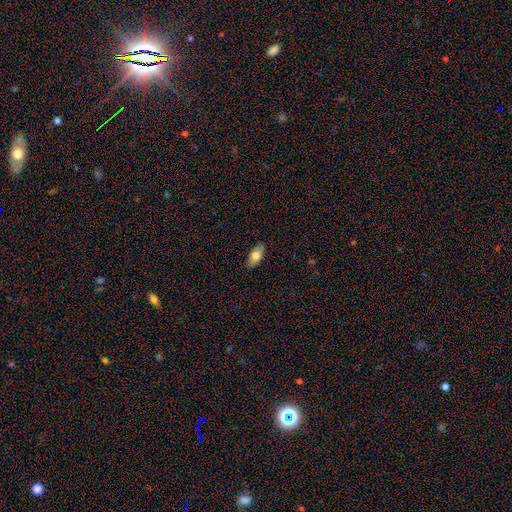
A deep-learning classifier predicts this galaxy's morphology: A smooth galaxy with no disk features (78%) that is in between round and cigar-shaped (88%).

Vote fractions:
- Smooth or featured? smooth: 78% / featured or disk: 16% / star or artifact: 7%
- How rounded? in between: 88% / cigar-shaped: 9% / round: 3%
- Merging? none: 86% / minor disturbance: 11% / major disturbance: 2% / merger: 1%